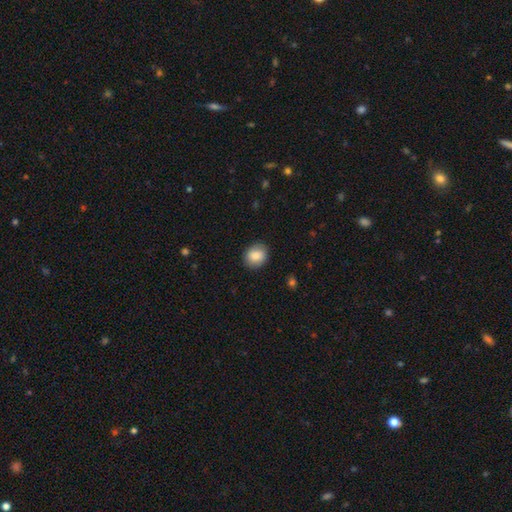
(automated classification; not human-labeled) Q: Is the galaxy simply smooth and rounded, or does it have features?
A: smooth — 85%.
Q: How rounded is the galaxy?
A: round — 67%.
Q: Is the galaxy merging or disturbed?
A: none — 88%.